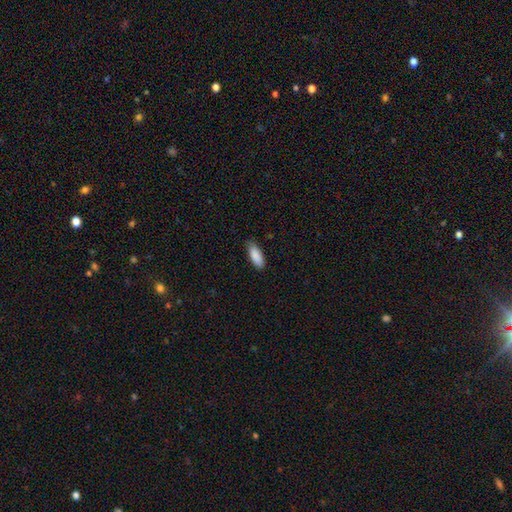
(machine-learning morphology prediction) type=smooth (90%); roundness=in between (74%); merging=none (83%).